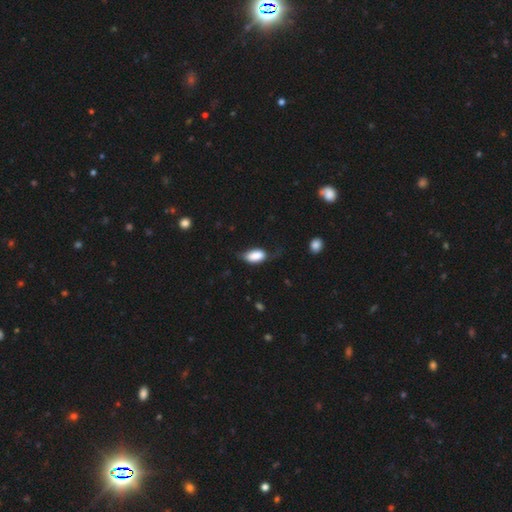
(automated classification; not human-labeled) Morphology: type=smooth (79%); roundness=in between (91%); merging=none (45%).